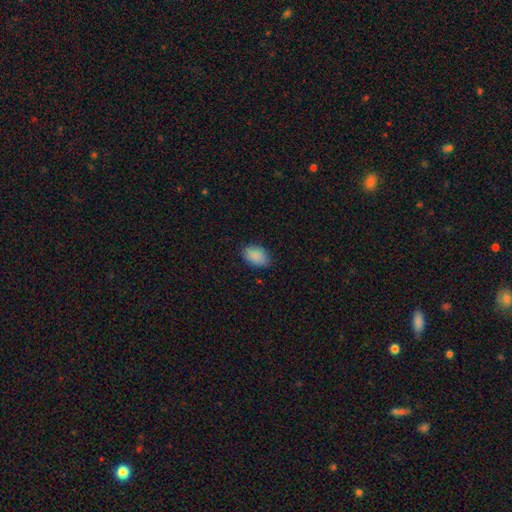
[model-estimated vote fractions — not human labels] A smooth galaxy with no disk features (89%) that is in between round and cigar-shaped (87%).

Vote fractions:
- Smooth or featured? smooth: 89% / star or artifact: 7% / featured or disk: 4%
- How rounded? in between: 87% / round: 12% / cigar-shaped: 1%
- Merging? none: 85% / minor disturbance: 11% / major disturbance: 2% / merger: 1%